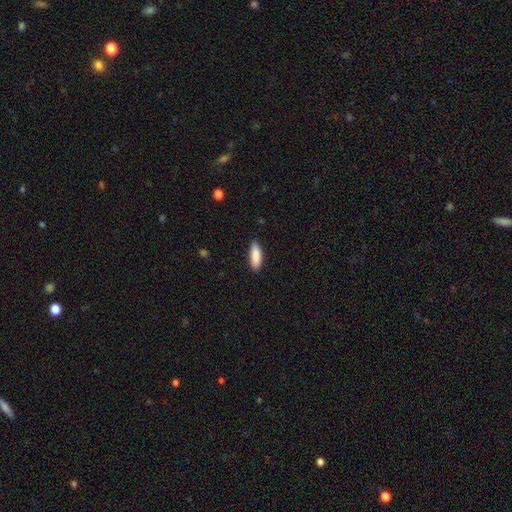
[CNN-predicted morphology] Q: Smooth or featured?
A: smooth (88%); runner-up: featured or disk (6%)
Q: How rounded?
A: in between (56%); runner-up: cigar-shaped (42%)
Q: Merging?
A: none (87%); runner-up: minor disturbance (10%)